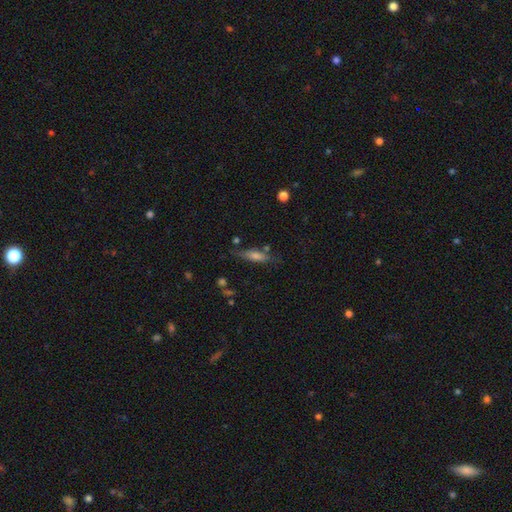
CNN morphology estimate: Overall: smooth (54%; featured or disk 35%). How rounded: cigar-shaped (68%; in between 29%). Merging: none (72%).